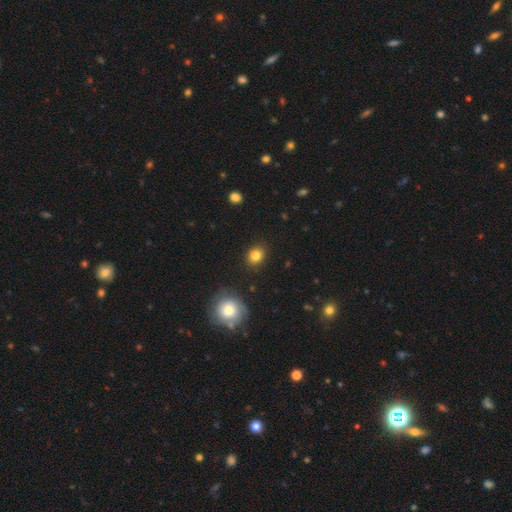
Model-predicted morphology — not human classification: smooth_or_featured: smooth (p=0.83) [alt: star or artifact p=0.11]
how_rounded: round (p=0.66) [alt: in between p=0.33]
merging: none (p=0.87) [alt: minor disturbance p=0.09]